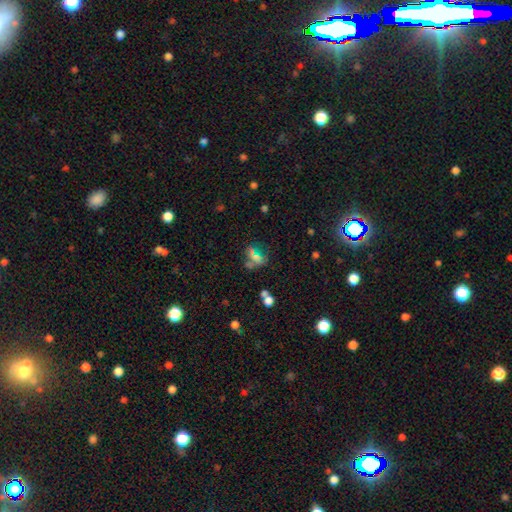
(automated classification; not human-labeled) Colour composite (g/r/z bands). It shows a smooth galaxy with no disk features (45%). Merging: none (41%).